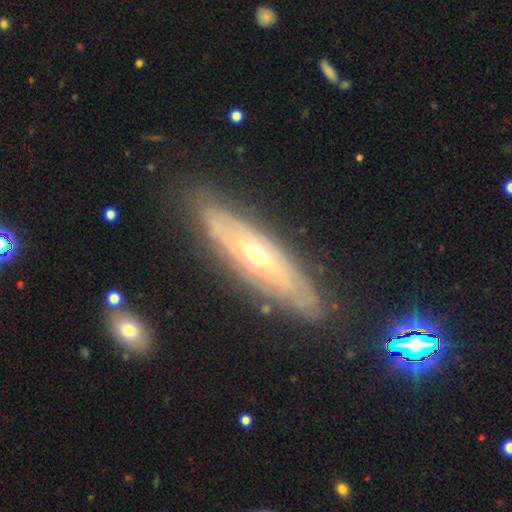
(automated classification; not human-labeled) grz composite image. It shows a featured or disk galaxy (76%). Merging: none (82%).